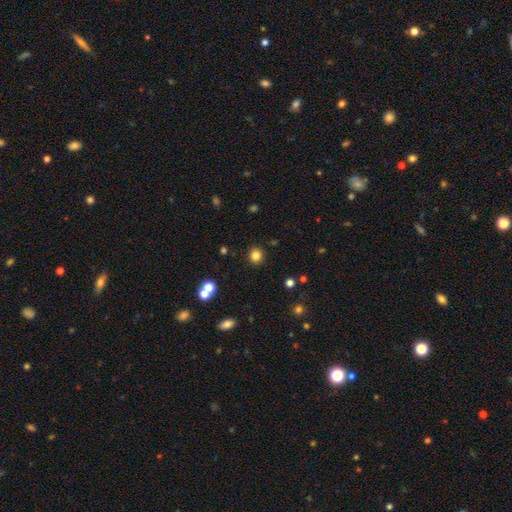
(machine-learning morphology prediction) The model was most divided on "smooth or featured": smooth: 82%, star or artifact: 13%, featured or disk: 5%. More confident: merging — none (90%); how rounded — round (90%).